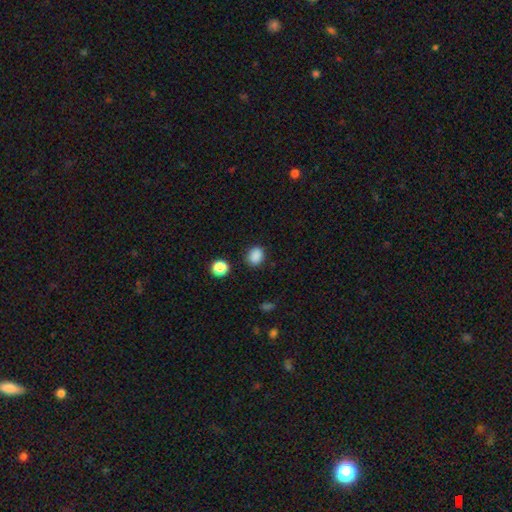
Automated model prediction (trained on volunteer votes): smooth-or-featured: smooth: 86% | star or artifact: 11% | featured or disk: 3%
  how-rounded: round: 55% | in between: 44% | cigar-shaped: 1%
  merging: none: 84% | minor disturbance: 11% | major disturbance: 3% | merger: 2%